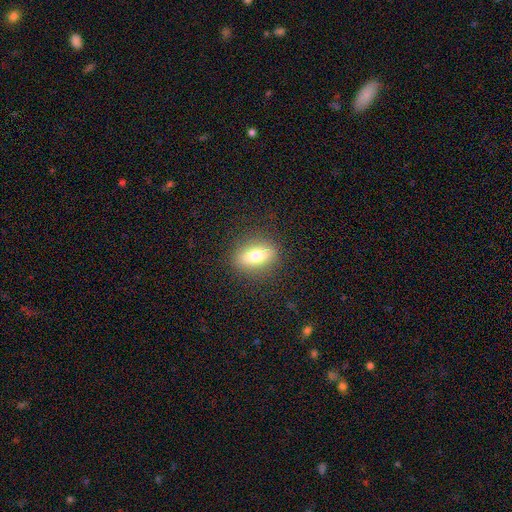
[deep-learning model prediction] smooth-or-featured: smooth: 69% | featured or disk: 22% | star or artifact: 9%
  how-rounded: in between: 71% | round: 16% | cigar-shaped: 13%
  merging: none: 87% | minor disturbance: 9% | major disturbance: 3% | merger: 1%